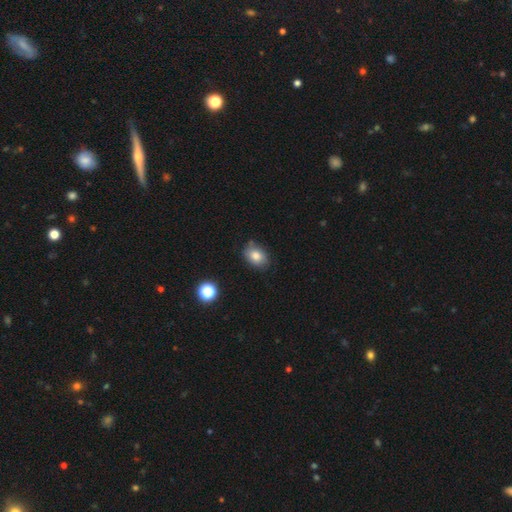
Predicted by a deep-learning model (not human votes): Smooth or featured?
  - smooth: 81% *
  - star or artifact: 10%
  - featured or disk: 9%
How rounded?
  - in between: 75% *
  - round: 24%
  - cigar-shaped: 1%
Merging?
  - none: 76% *
  - minor disturbance: 19%
  - major disturbance: 3%
  - merger: 2%